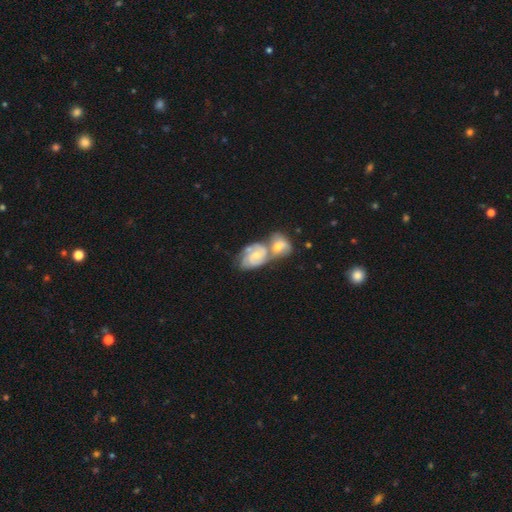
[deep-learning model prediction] Q: Smooth or featured?
A: featured or disk (76%); runner-up: smooth (18%)
Q: Edge-on disk?
A: no (97%); runner-up: yes (3%)
Q: Bar?
A: no (66%); runner-up: weak (29%)
Q: Spiral arms?
A: yes (94%); runner-up: no (6%)
Q: Spiral winding?
A: tight (60%); runner-up: medium (33%)
Q: Spiral arm count?
A: 2 (40%); runner-up: 3 (26%)
Q: Bulge size?
A: small (51%); runner-up: moderate (42%)
Q: Merging?
A: merger (66%); runner-up: none (21%)